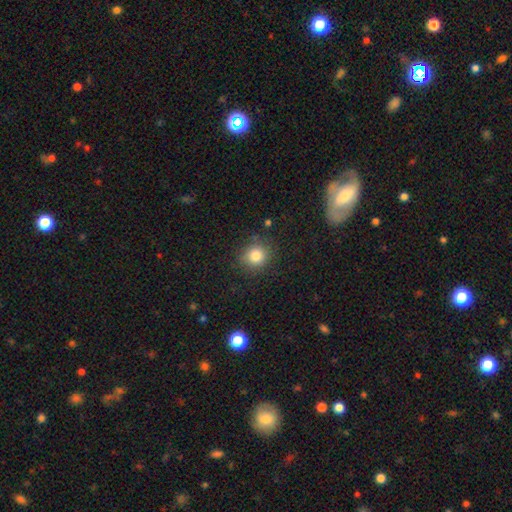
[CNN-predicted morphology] smooth-or-featured: smooth: 83% | star or artifact: 11% | featured or disk: 6%
  how-rounded: round: 84% | in between: 15% | cigar-shaped: 1%
  merging: none: 85% | minor disturbance: 10% | major disturbance: 3% | merger: 2%